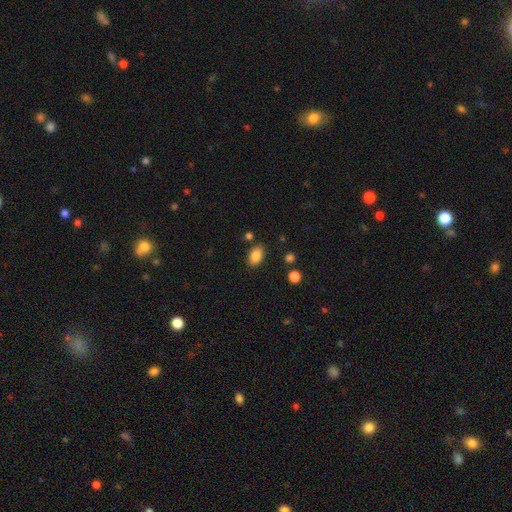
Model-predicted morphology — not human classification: A smooth galaxy with no disk features (87%) that is in between round and cigar-shaped (89%). Merging: none (83%).